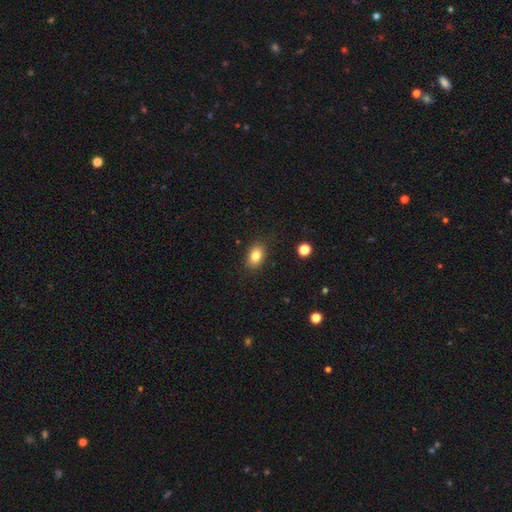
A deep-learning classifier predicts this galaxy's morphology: type=smooth (82%); roundness=in between (81%); merging=none (86%).